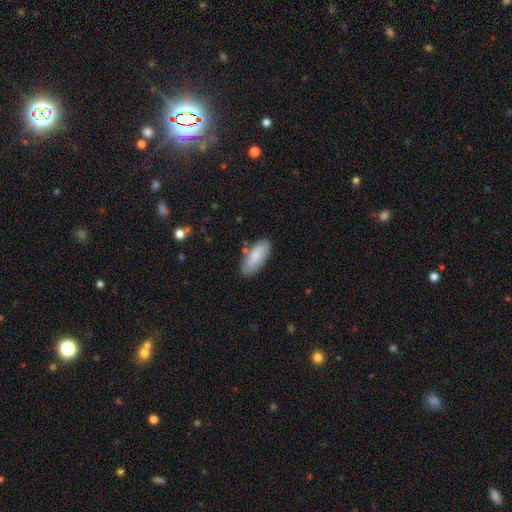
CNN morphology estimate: A smooth galaxy with no disk features (83%) that is in between round and cigar-shaped (81%).

Vote fractions:
- Smooth or featured? smooth: 83% / featured or disk: 11% / star or artifact: 6%
- How rounded? in between: 81% / cigar-shaped: 17% / round: 2%
- Merging? none: 81% / minor disturbance: 14% / merger: 3% / major disturbance: 3%